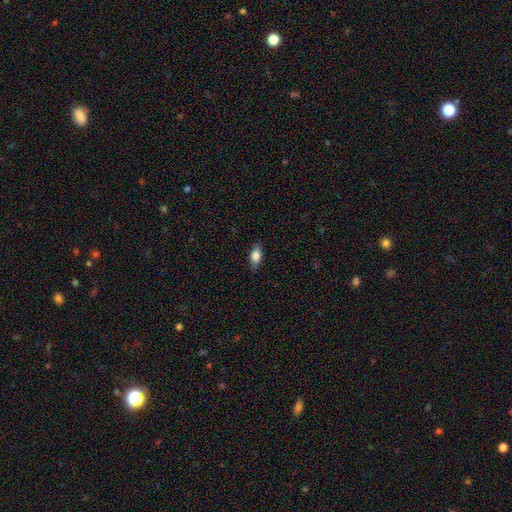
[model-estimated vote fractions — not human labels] A smooth galaxy with no disk features (83%) that is in between round and cigar-shaped (88%). Merging: none (84%).